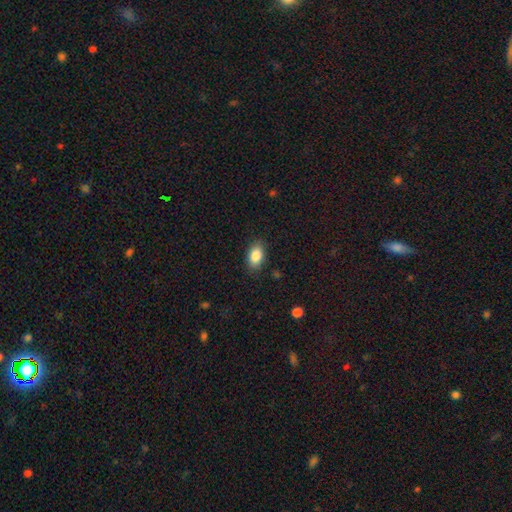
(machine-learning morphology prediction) Smooth or featured? smooth (86%)
How rounded? in between (91%)
Merging? none (86%)